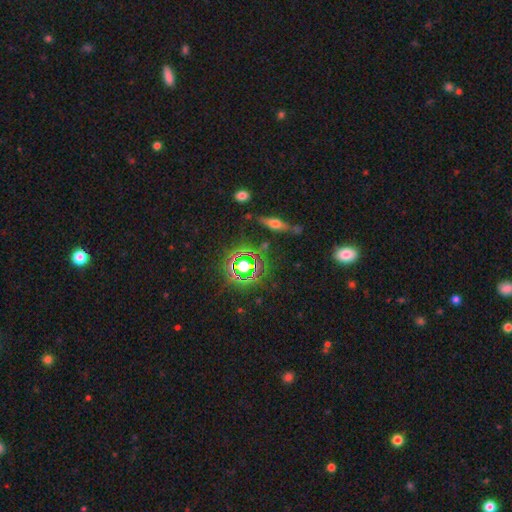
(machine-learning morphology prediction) A star or artifact, not a galaxy (68%).